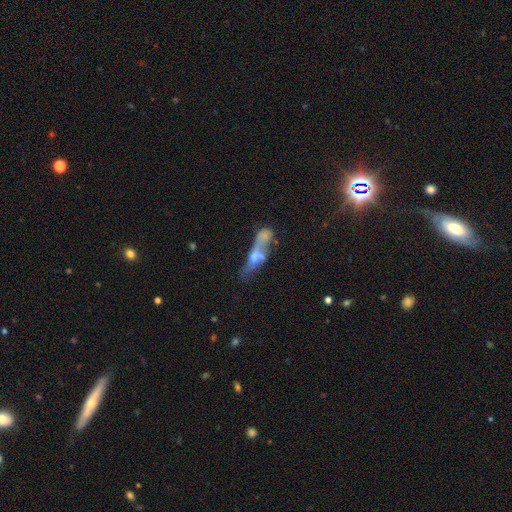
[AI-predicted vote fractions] smooth_or_featured: featured or disk (p=0.47) [alt: smooth p=0.43]
merging: merger (p=0.43) [alt: none p=0.23]